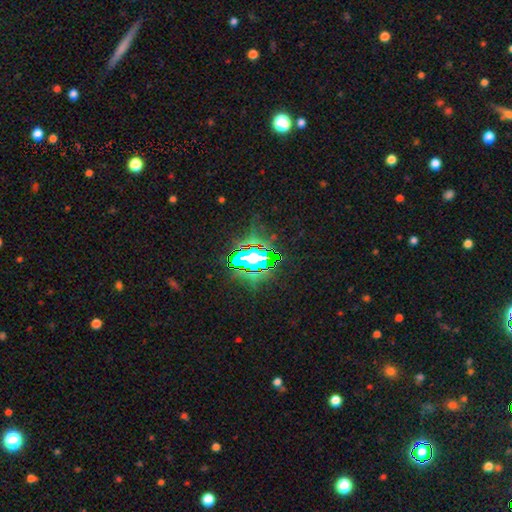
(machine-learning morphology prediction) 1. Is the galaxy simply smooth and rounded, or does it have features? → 69% star or artifact, 16% smooth, 14% featured or disk.